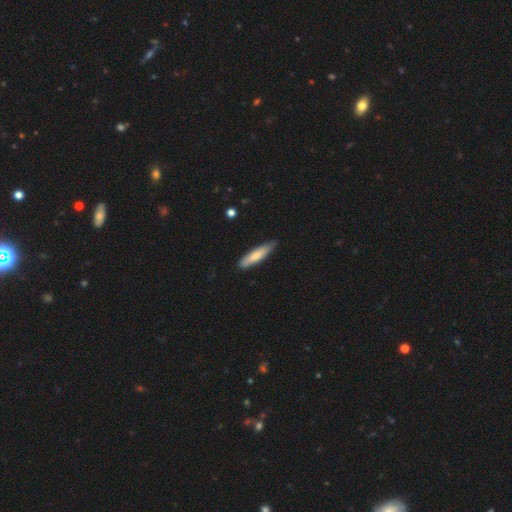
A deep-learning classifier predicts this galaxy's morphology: This appears to be a smooth galaxy with no disk features (72%) that is cigar-shaped (79%). Merging: none (81%).